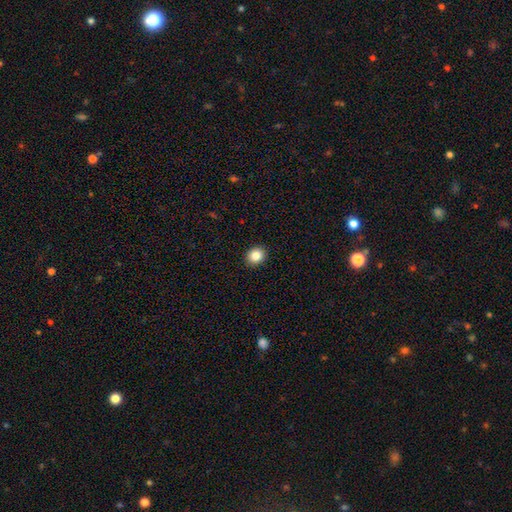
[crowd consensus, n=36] smooth 86%, featured or disk 8%, star or artifact 6%. Down the decision tree: how rounded — round (68%); merging — none (88%).